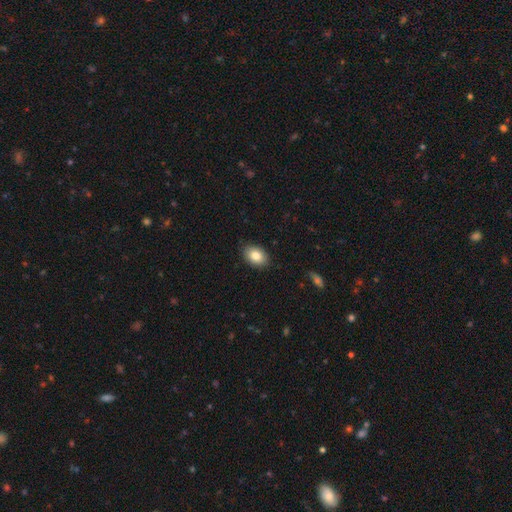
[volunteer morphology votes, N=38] smooth 89%, featured or disk 8%, star or artifact 3%. Down the decision tree: how rounded — in between (85%); merging — none (86%).